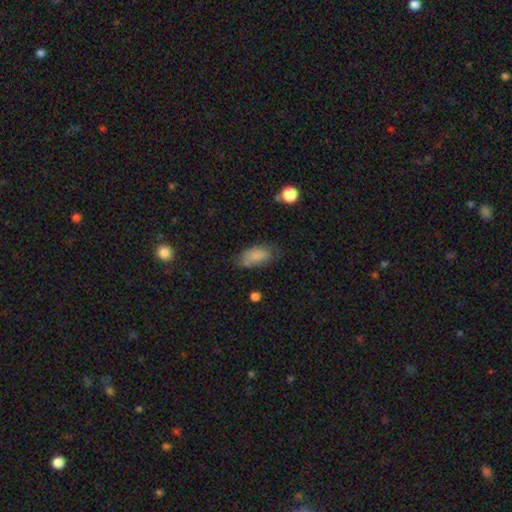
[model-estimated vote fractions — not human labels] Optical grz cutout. It shows a smooth galaxy with no disk features (82%) that is in between round and cigar-shaped (92%). Merging: none (65%).